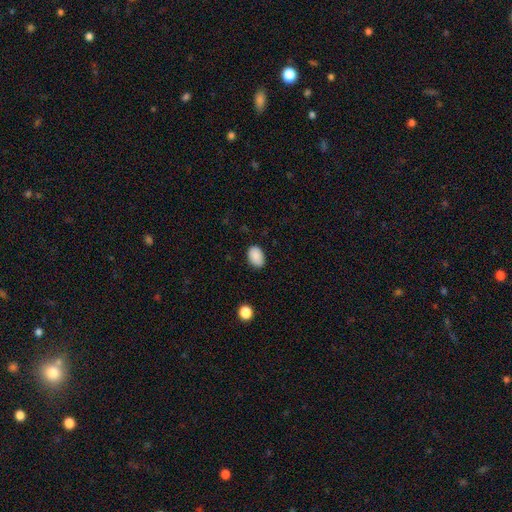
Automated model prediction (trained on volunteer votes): Smooth or featured? Predicted: smooth (p=0.89). How rounded? Predicted: in between (p=0.86). Merging? Predicted: none (p=0.84).